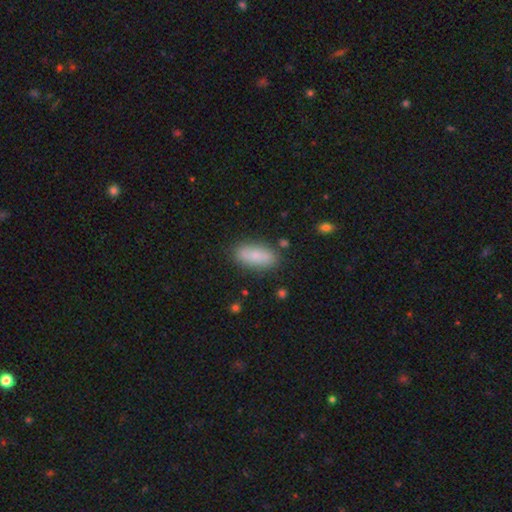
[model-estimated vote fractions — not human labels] Smooth or featured: smooth — 76% (featured or disk — 17%)
How rounded: in between — 84% (cigar-shaped — 13%)
Merging: none — 83% (minor disturbance — 12%)